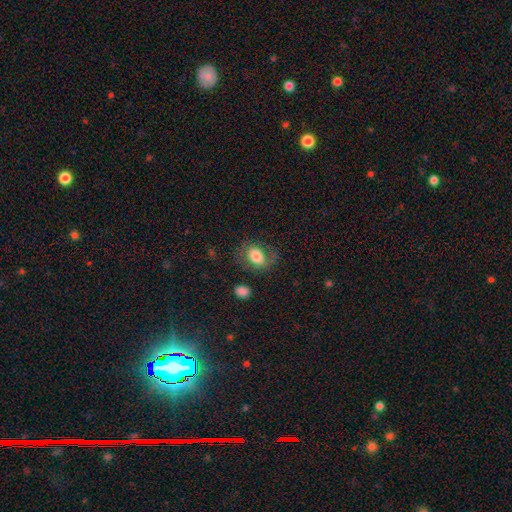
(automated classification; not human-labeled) Smooth or featured? Predicted: smooth (p=0.72). How rounded? Predicted: in between (p=0.74). Merging? Predicted: none (p=0.62).